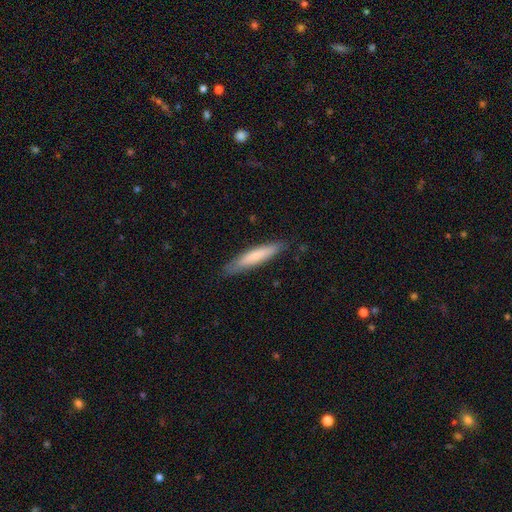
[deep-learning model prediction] A smooth galaxy with no disk features (73%) that is cigar-shaped (88%).

Vote fractions:
- Smooth or featured? smooth: 73% / featured or disk: 21% / star or artifact: 5%
- How rounded? cigar-shaped: 88% / in between: 11% / round: 1%
- Merging? none: 84% / minor disturbance: 12% / major disturbance: 2% / merger: 1%